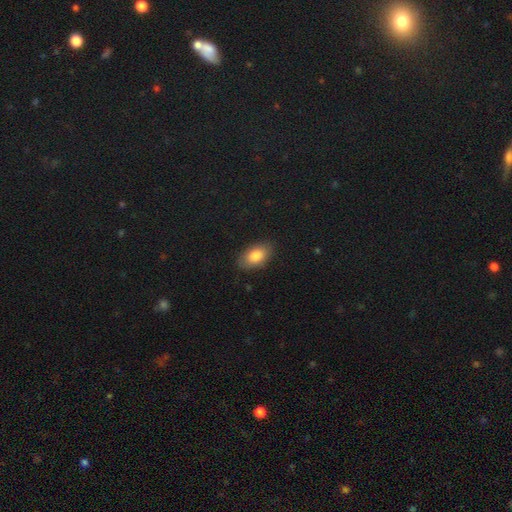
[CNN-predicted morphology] Smooth or featured: smooth — 84% (featured or disk — 9%)
How rounded: in between — 92% (round — 6%)
Merging: none — 86% (minor disturbance — 11%)